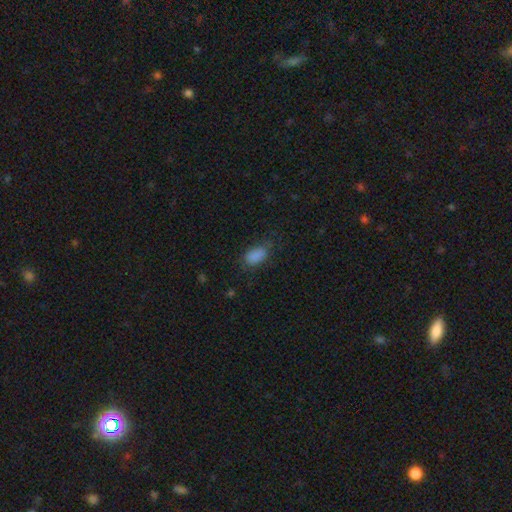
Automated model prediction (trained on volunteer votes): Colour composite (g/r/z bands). It shows a smooth galaxy with no disk features (84%) that is in between round and cigar-shaped (91%). Merging: none (63%).